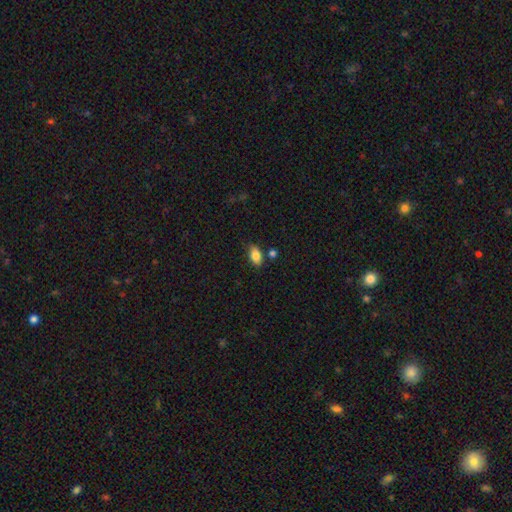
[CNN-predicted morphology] The model was most divided on "merging": none: 75%, minor disturbance: 15%, merger: 7%, major disturbance: 3%. More confident: how rounded — in between (90%); smooth or featured — smooth (84%).